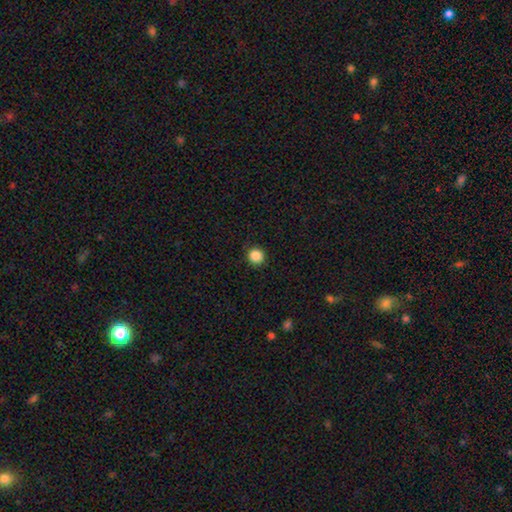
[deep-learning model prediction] This appears to be a smooth galaxy with no disk features (87%) that is round (94%). Merging: none (91%).